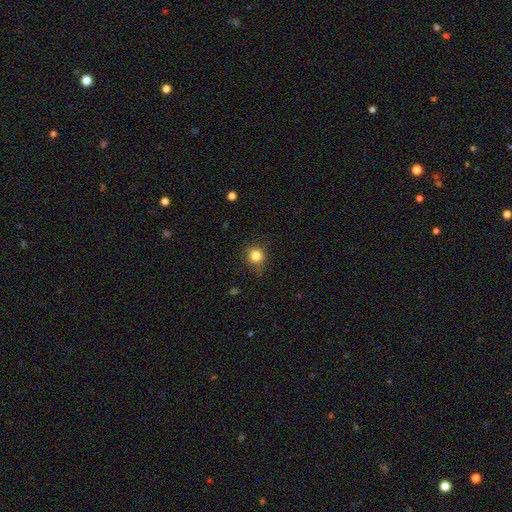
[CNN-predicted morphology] A smooth galaxy with no disk features (83%) that is round (89%).

Vote fractions:
- Smooth or featured? smooth: 83% / star or artifact: 12% / featured or disk: 5%
- How rounded? round: 89% / in between: 10% / cigar-shaped: 1%
- Merging? none: 83% / minor disturbance: 12% / major disturbance: 3% / merger: 1%